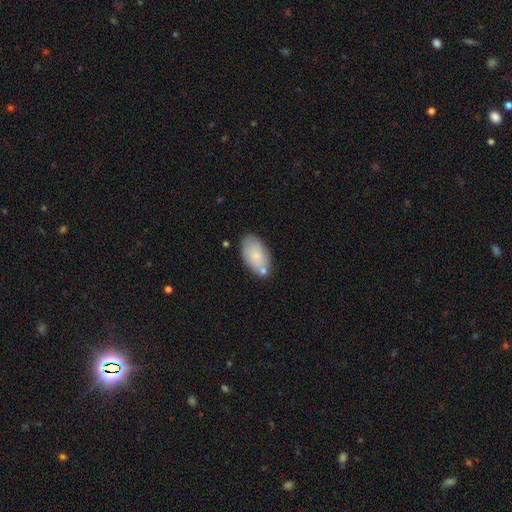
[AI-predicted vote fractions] The model was most divided on "merging": none: 73%, minor disturbance: 16%, merger: 8%, major disturbance: 3%. More confident: how rounded — in between (94%); smooth or featured — smooth (81%).